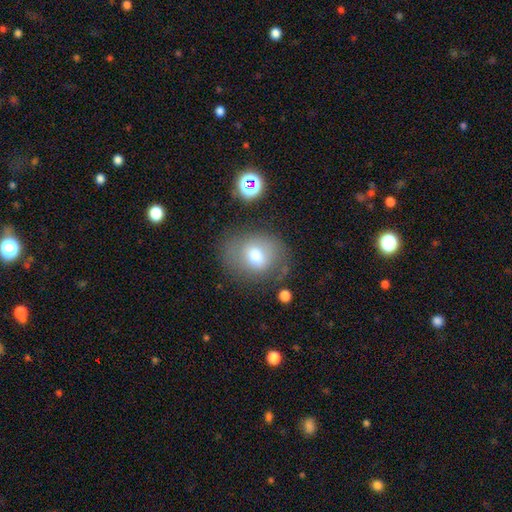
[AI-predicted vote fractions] Overall: smooth (68%). How rounded: round (58%; in between 41%). Merging: none (67%).